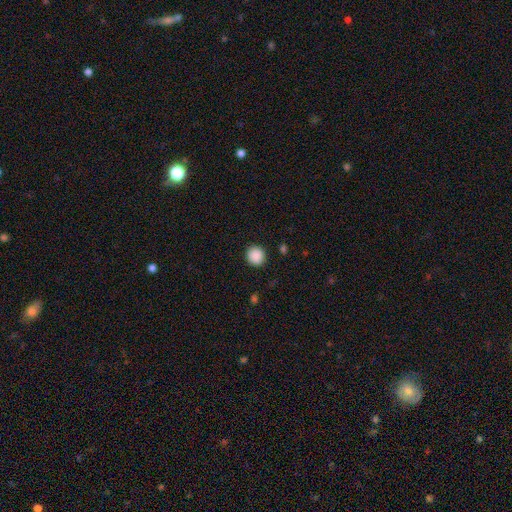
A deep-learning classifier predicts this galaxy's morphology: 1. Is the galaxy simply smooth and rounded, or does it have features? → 89% smooth, 9% star or artifact, 3% featured or disk.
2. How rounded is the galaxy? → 92% round, 7% in between, 1% cigar-shaped.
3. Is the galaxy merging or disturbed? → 90% none, 6% minor disturbance, 2% major disturbance, 1% merger.